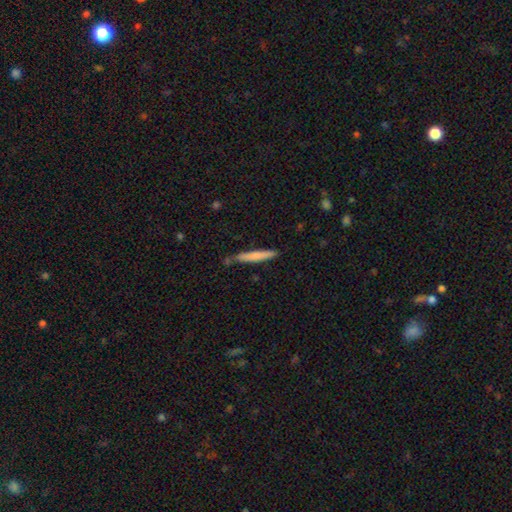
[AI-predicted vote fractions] smooth_or_featured: smooth (p=0.72) [alt: featured or disk p=0.22]
how_rounded: cigar-shaped (p=0.95) [alt: in between p=0.04]
merging: none (p=0.81) [alt: minor disturbance p=0.13]